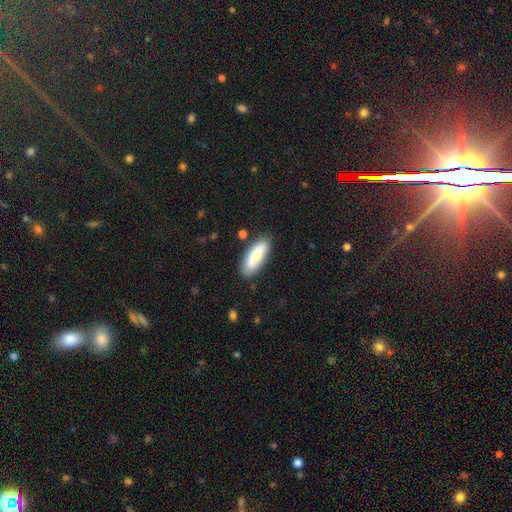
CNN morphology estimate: This appears to be a smooth galaxy with no disk features (79%) that is in between round and cigar-shaped (65%). Merging: none (81%).